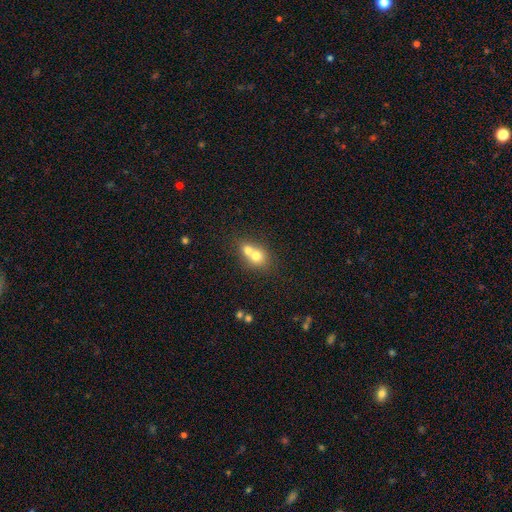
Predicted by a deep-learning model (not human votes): smooth_or_featured: smooth (p=0.69) [alt: featured or disk p=0.20]
how_rounded: round (p=0.68) [alt: in between p=0.31]
merging: merger (p=0.67) [alt: none p=0.25]